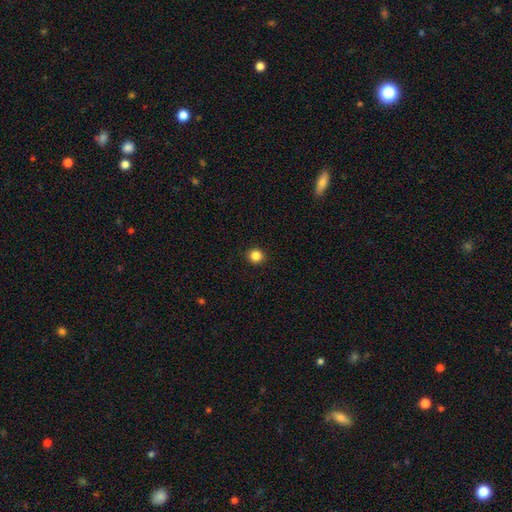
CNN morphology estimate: A smooth galaxy with no disk features (85%) that is round (92%).

Vote fractions:
- Smooth or featured? smooth: 85% / star or artifact: 11% / featured or disk: 4%
- How rounded? round: 92% / in between: 7% / cigar-shaped: 1%
- Merging? none: 93% / minor disturbance: 4% / major disturbance: 2% / merger: 1%